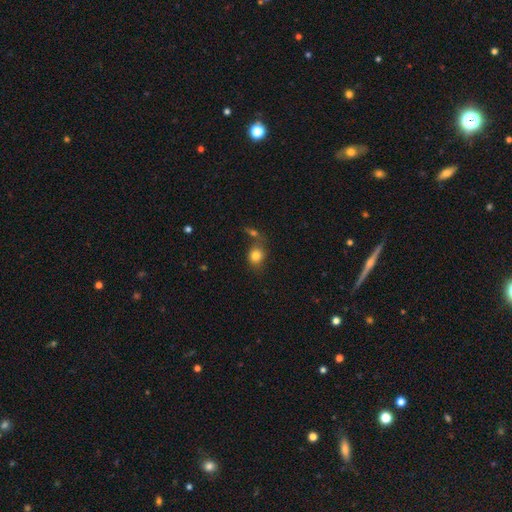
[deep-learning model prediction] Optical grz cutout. It shows a smooth galaxy with no disk features (81%) that is round (67%). Merging: none (56%).